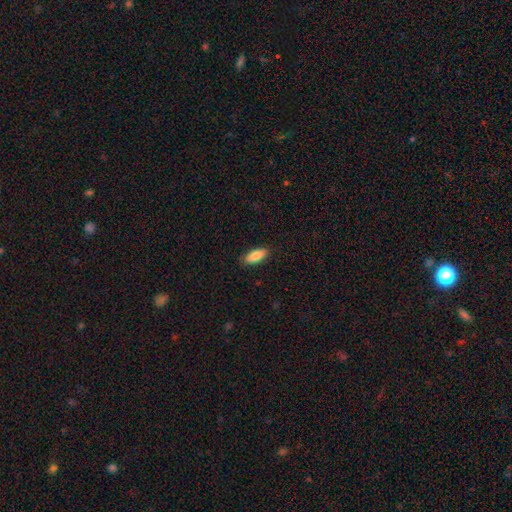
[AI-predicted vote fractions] A smooth galaxy with no disk features (86%) that is in between round and cigar-shaped (77%). Merging: none (88%).